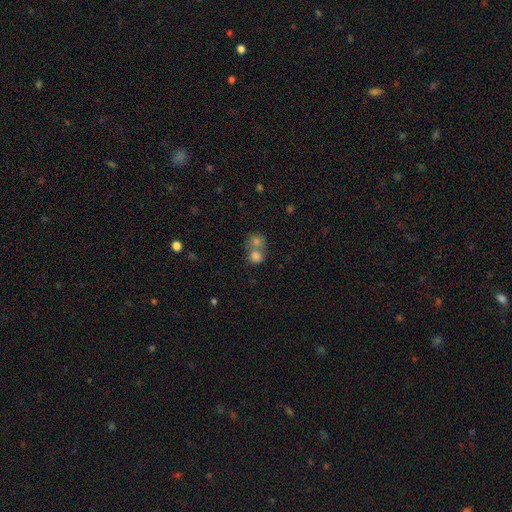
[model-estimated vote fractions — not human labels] Smooth or featured? smooth (77%)
How rounded? round (71%)
Merging? merger (61%)